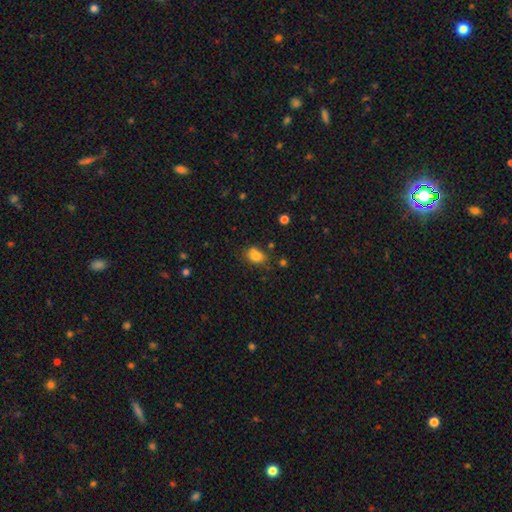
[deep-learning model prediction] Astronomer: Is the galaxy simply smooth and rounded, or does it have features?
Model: smooth — 79%.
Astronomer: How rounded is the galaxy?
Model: in between — 72%.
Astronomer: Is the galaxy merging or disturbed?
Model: none — 65%.